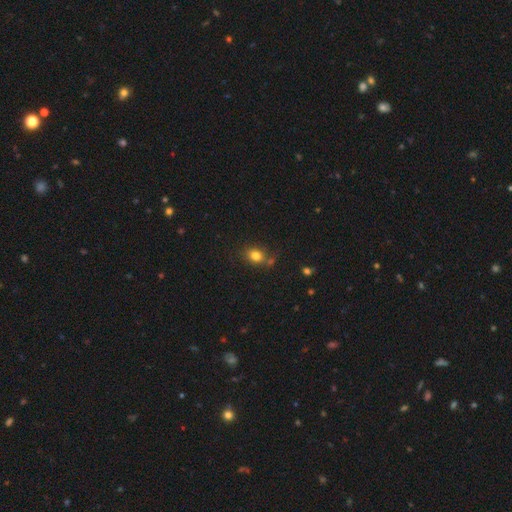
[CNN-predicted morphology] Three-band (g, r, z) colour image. It shows a smooth galaxy with no disk features (80%) that is round (56%). Merging: none (69%).